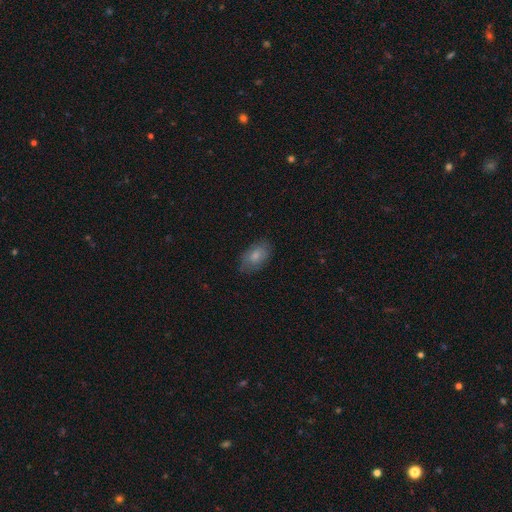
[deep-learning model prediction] Smooth or featured?
  - smooth: 76% *
  - featured or disk: 17%
  - star or artifact: 7%
How rounded?
  - in between: 90% *
  - round: 8%
  - cigar-shaped: 2%
Merging?
  - none: 76% *
  - minor disturbance: 18%
  - major disturbance: 4%
  - merger: 1%